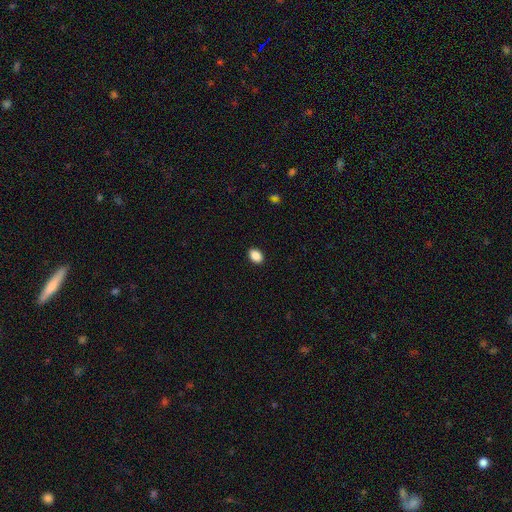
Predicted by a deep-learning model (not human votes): Morphology: type=smooth (89%); roundness=in between (75%); merging=none (91%).